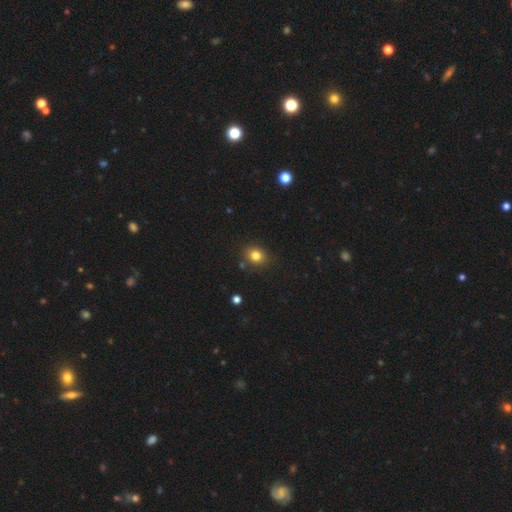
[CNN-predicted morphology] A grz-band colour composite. It shows a smooth galaxy with no disk features (80%) that is round (67%). Merging: none (83%).